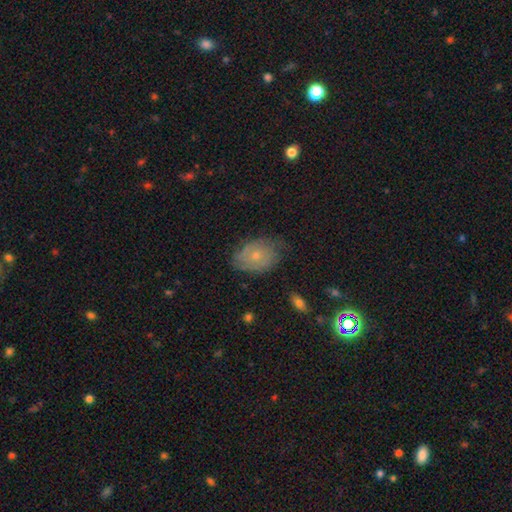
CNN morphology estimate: smooth_or_featured: smooth (p=0.52) [alt: featured or disk p=0.38]
how_rounded: in between (p=0.75) [alt: round p=0.23]
merging: none (p=0.63) [alt: minor disturbance p=0.28]